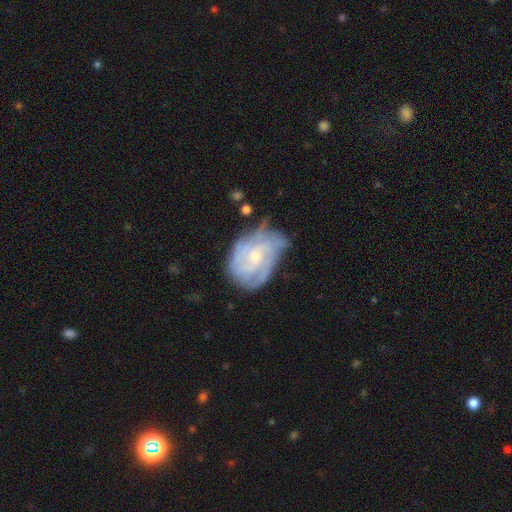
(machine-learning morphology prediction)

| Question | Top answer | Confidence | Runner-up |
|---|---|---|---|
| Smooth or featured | featured or disk | 75% | smooth (18%) |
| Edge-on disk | no | 97% | yes (3%) |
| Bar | no | 69% | weak (27%) |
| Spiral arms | yes | 87% | no (13%) |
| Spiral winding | tight | 56% | medium (33%) |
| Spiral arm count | can't tell | 44% | 3 (18%) |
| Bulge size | small | 62% | moderate (33%) |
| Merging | none | 54% | minor disturbance (30%) |